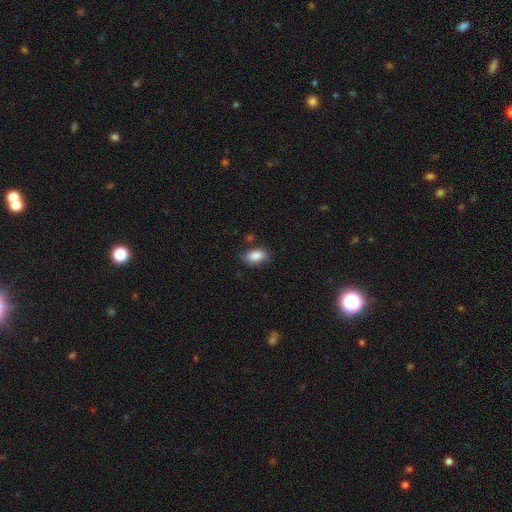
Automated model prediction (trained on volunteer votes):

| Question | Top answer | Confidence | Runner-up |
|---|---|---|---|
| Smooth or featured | smooth | 87% | star or artifact (7%) |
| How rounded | in between | 90% | round (7%) |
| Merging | none | 76% | minor disturbance (18%) |